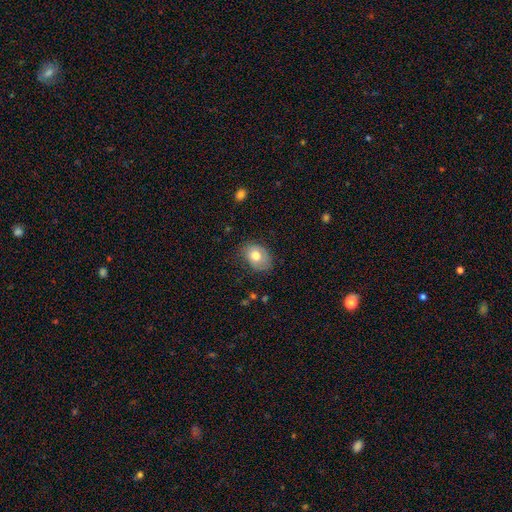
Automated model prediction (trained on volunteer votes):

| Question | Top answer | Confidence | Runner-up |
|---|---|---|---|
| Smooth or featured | smooth | 75% | featured or disk (17%) |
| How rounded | in between | 69% | round (30%) |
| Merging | none | 68% | minor disturbance (24%) |